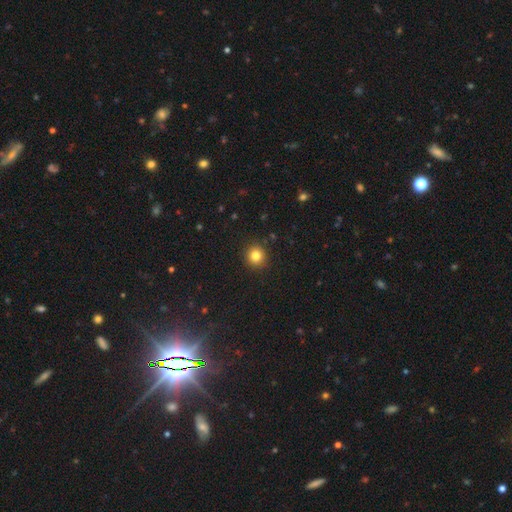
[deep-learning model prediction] smooth 83%, star or artifact 12%, featured or disk 6%. Down the decision tree: how rounded — round (93%); merging — none (92%).